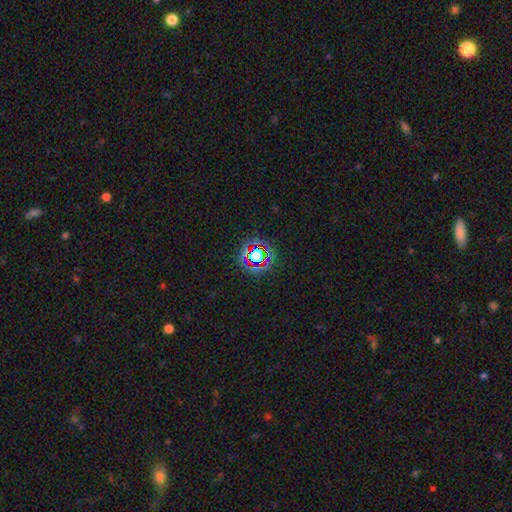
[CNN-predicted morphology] star or artifact 63%, smooth 25%, featured or disk 12%.